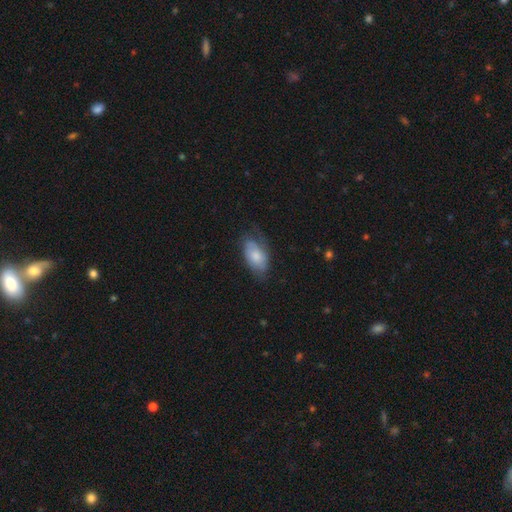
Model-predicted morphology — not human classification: Overall: smooth (64%; featured or disk 30%). How rounded: in between (92%). Merging: none (53%; minor disturbance 31%).